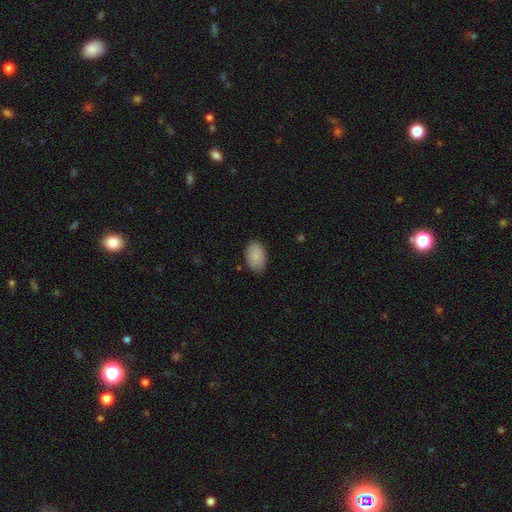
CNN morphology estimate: Smooth or featured: smooth — 89% (star or artifact — 6%)
How rounded: in between — 93% (round — 6%)
Merging: none — 84% (minor disturbance — 13%)